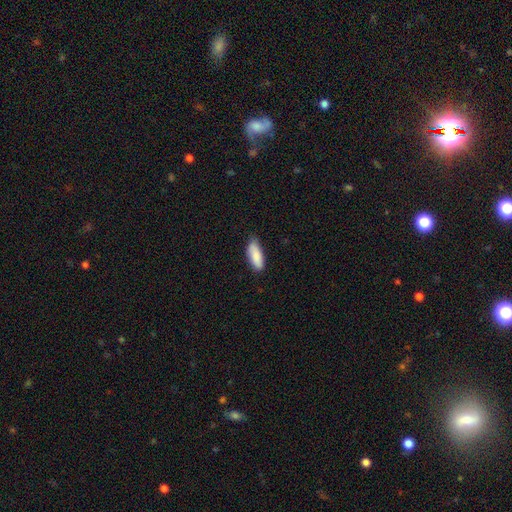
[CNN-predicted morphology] smooth 88%, featured or disk 7%, star or artifact 6%. Down the decision tree: how rounded — in between (75%); merging — none (73%).